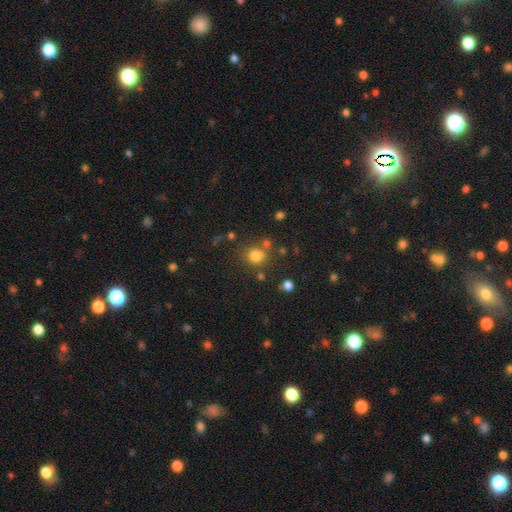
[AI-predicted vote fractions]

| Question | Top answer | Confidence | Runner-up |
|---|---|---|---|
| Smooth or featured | smooth | 77% | star or artifact (16%) |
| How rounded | round | 79% | in between (20%) |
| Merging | none | 66% | merger (17%) |